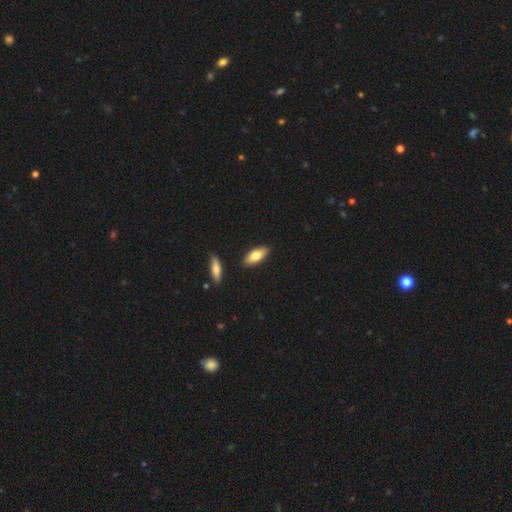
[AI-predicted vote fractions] smooth_or_featured: smooth (p=0.73) [alt: featured or disk p=0.21]
how_rounded: in between (p=0.77) [alt: cigar-shaped p=0.20]
merging: none (p=0.87) [alt: minor disturbance p=0.09]